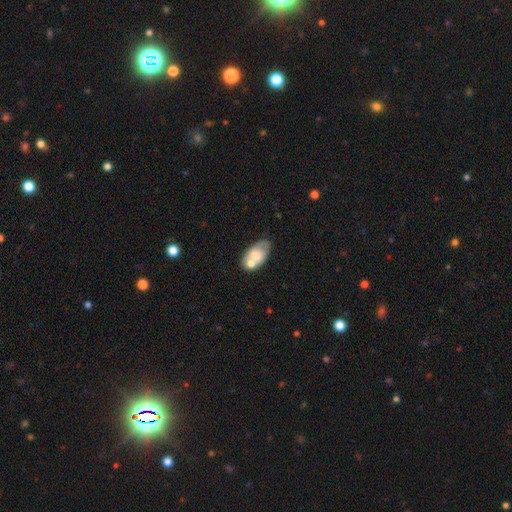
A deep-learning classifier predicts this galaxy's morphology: Smooth or featured: smooth — 54% (featured or disk — 40%)
How rounded: in between — 91% (round — 7%)
Merging: merger — 38% (none — 36%)